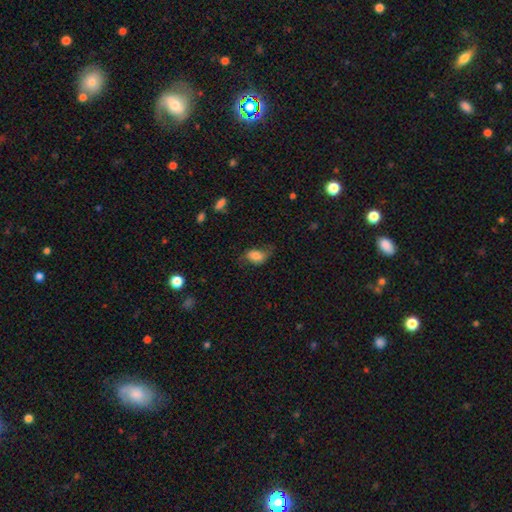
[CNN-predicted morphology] smooth 69%, featured or disk 23%, star or artifact 9%. Down the decision tree: how rounded — in between (84%); merging — none (49%).